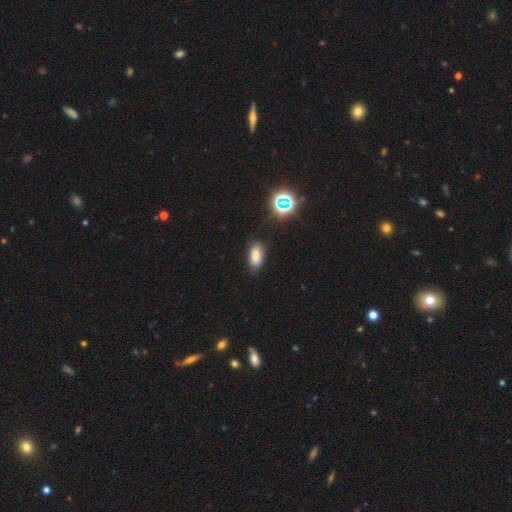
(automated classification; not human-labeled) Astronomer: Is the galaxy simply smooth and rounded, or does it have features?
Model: smooth — 79%.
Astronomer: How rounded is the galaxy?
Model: in between — 85%.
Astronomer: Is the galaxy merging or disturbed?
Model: none — 84%.